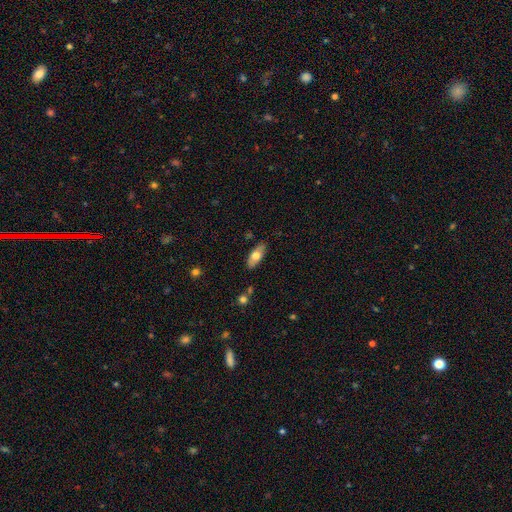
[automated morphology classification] This appears to be a smooth galaxy with no disk features (66%) that is in between round and cigar-shaped (80%). Merging: none (84%).